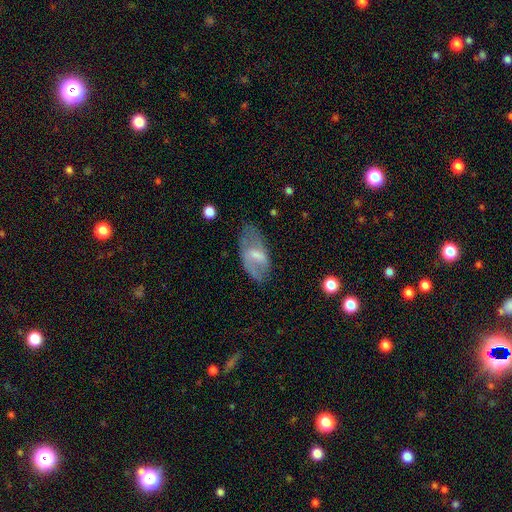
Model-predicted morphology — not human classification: This is possibly a featured or disk galaxy (52%). It is clearly not viewed edge-on (91%). Merging: likely none (61%).